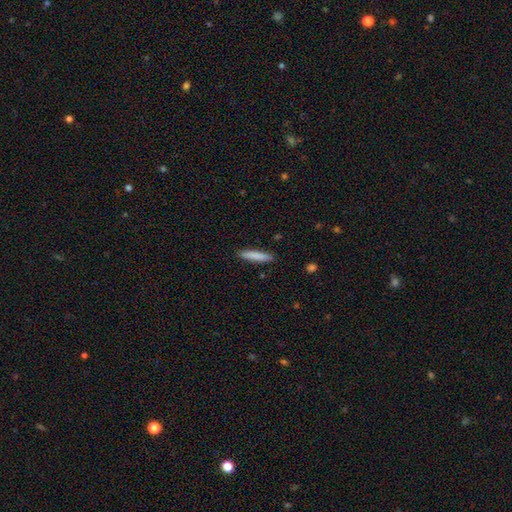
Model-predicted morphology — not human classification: The model was most divided on "smooth or featured": smooth: 83%, featured or disk: 11%, star or artifact: 6%. More confident: merging — none (90%); how rounded — cigar-shaped (90%).